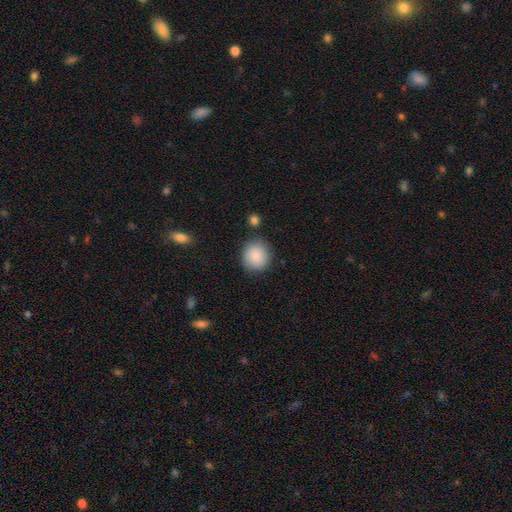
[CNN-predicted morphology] Overall: smooth (88%). How rounded: round (83%). Merging: none (82%).